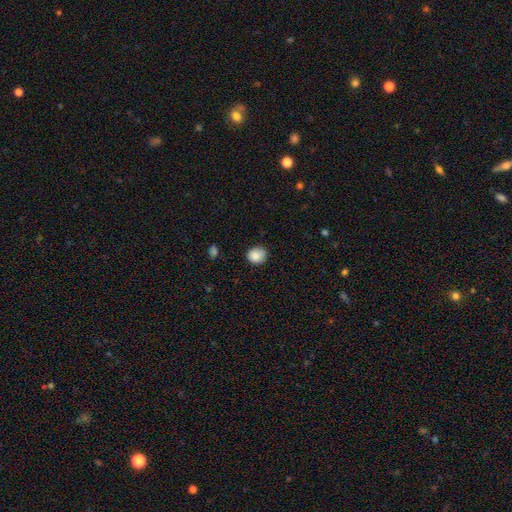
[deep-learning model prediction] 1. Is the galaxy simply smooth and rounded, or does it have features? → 87% smooth, 9% star or artifact, 4% featured or disk.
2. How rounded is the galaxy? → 80% round, 19% in between, 1% cigar-shaped.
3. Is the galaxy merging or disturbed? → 79% none, 16% minor disturbance, 3% major disturbance, 1% merger.